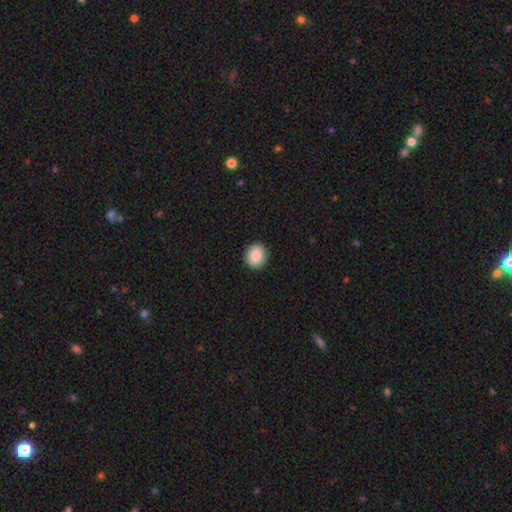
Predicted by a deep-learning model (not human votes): The model was most divided on "how rounded": round: 81%, in between: 18%, cigar-shaped: 1%. More confident: merging — none (91%); smooth or featured — smooth (87%).